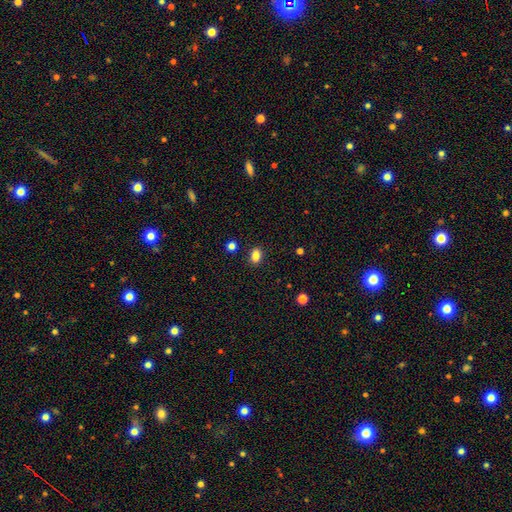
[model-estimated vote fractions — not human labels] Q: Smooth or featured?
A: smooth (84%); runner-up: star or artifact (11%)
Q: How rounded?
A: in between (74%); runner-up: round (24%)
Q: Merging?
A: none (87%); runner-up: minor disturbance (8%)